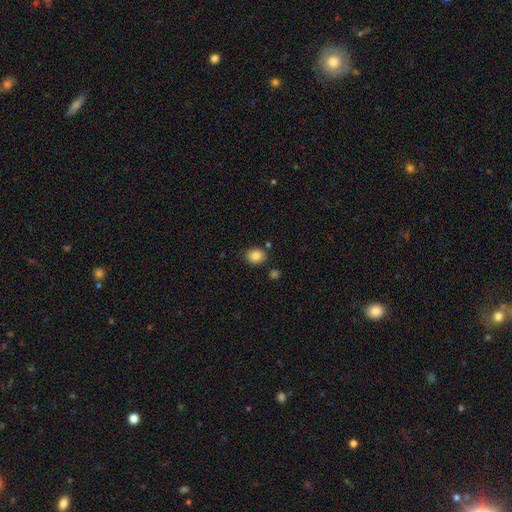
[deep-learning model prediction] Smooth or featured?
  - smooth: 85% *
  - star or artifact: 9%
  - featured or disk: 5%
How rounded?
  - round: 55% *
  - in between: 44%
  - cigar-shaped: 1%
Merging?
  - none: 83% *
  - minor disturbance: 10%
  - merger: 4%
  - major disturbance: 3%